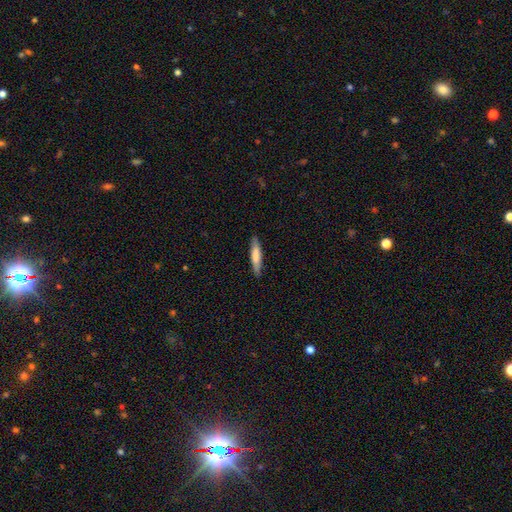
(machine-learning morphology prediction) Smooth or featured? smooth (71%)
How rounded? cigar-shaped (87%)
Merging? none (87%)